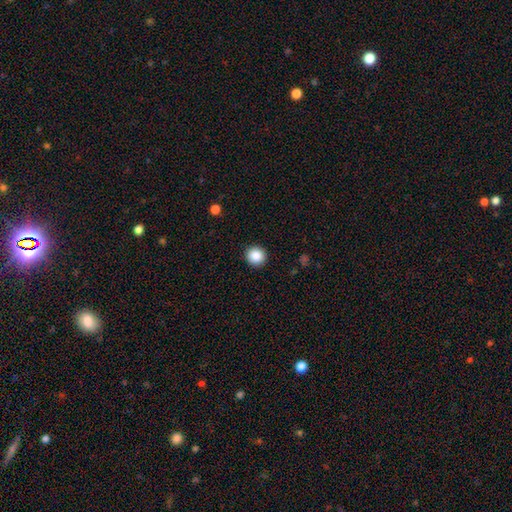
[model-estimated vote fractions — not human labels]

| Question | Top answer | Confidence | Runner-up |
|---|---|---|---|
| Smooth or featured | smooth | 88% | star or artifact (9%) |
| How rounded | round | 92% | in between (7%) |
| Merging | none | 92% | minor disturbance (5%) |